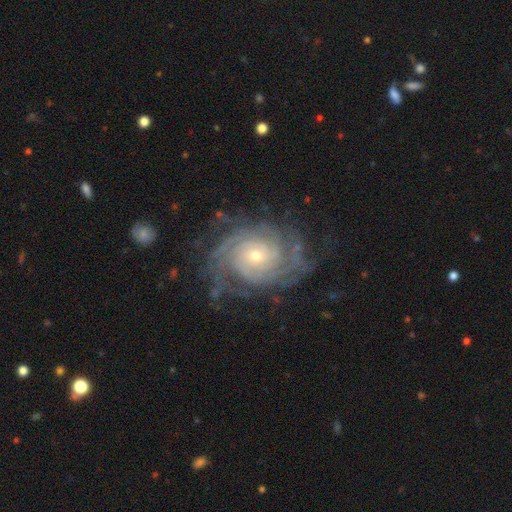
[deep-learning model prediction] smooth-or-featured: featured or disk: 90% | star or artifact: 6% | smooth: 4%
  disk-edge-on: no: 97% | yes: 3%
    bar: no: 74% | weak: 20% | strong: 6%
    has-spiral-arms: yes: 97% | no: 3%
      spiral-winding: tight: 73% | medium: 22% | loose: 5%
      spiral-arm-count: can't tell: 26% | 4: 22% | 3: 16% | more than 4: 14% | 2: 14% | 1: 7%
    bulge-size: small: 67% | moderate: 29% | large: 2% | none: 1% | dominant: 1%
  merging: none: 71% | minor disturbance: 17% | major disturbance: 10% | merger: 2%